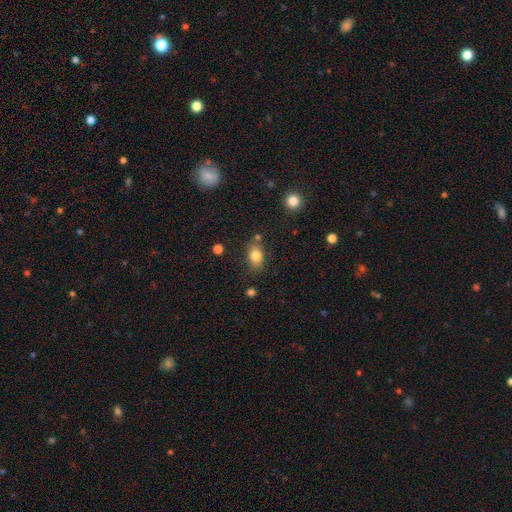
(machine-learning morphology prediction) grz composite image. It shows a smooth galaxy with no disk features (81%) that is in between round and cigar-shaped (76%). Merging: none (75%).